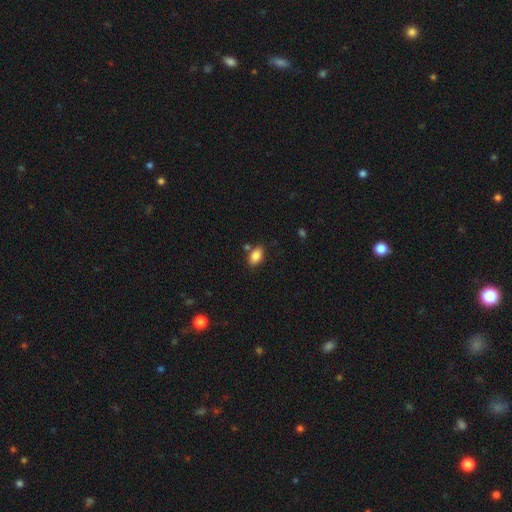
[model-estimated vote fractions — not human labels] The model was most divided on "merging": none: 76%, minor disturbance: 13%, merger: 8%, major disturbance: 3%. More confident: how rounded — in between (91%); smooth or featured — smooth (86%).